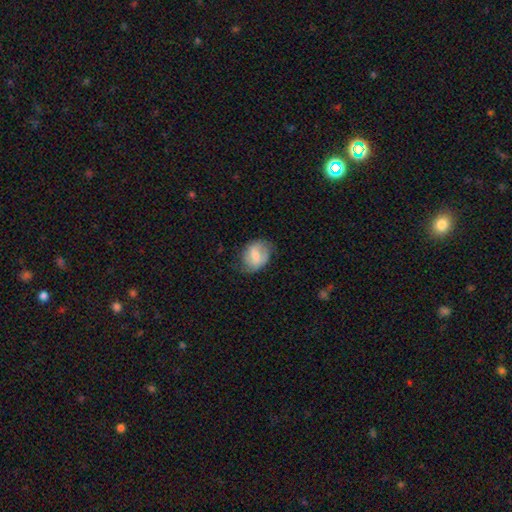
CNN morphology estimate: A smooth galaxy with no disk features (62%) that is in between round and cigar-shaped (59%). Merging: none (57%).